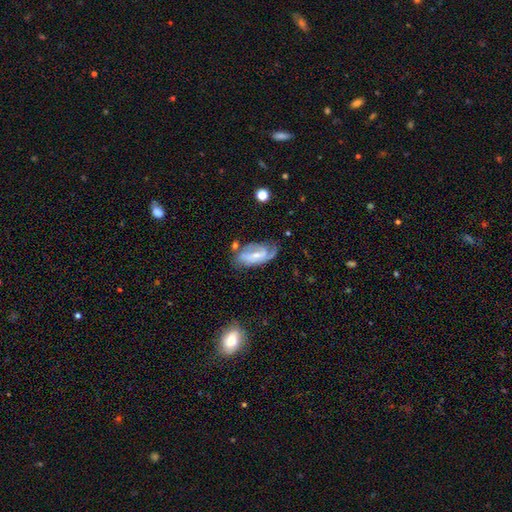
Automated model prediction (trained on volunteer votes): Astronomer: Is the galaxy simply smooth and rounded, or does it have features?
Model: featured or disk — 71%.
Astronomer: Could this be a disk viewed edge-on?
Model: no — 92%.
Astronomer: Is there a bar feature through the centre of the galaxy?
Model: weak — 42% (runner-up: no, 33%).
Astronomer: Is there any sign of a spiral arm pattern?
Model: yes — 87%.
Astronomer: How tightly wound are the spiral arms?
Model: medium — 40% (runner-up: tight, 39%).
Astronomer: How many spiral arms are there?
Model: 2 — 48% (runner-up: can't tell, 24%).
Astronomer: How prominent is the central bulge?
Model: small — 57% (runner-up: moderate, 36%).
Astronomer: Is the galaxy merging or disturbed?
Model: none — 54%.